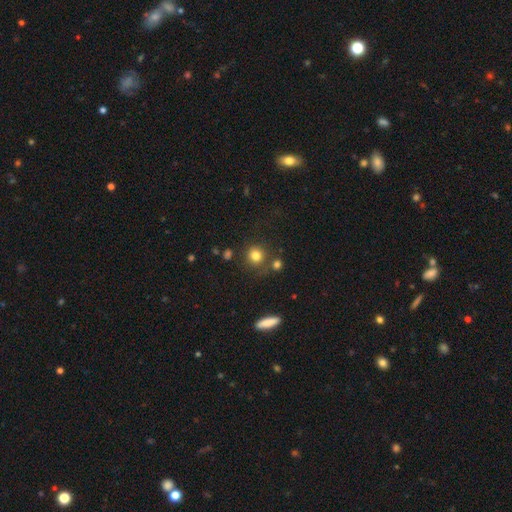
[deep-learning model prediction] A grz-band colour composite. It shows a smooth galaxy with no disk features (80%) that is round (89%). Merging: none (73%).